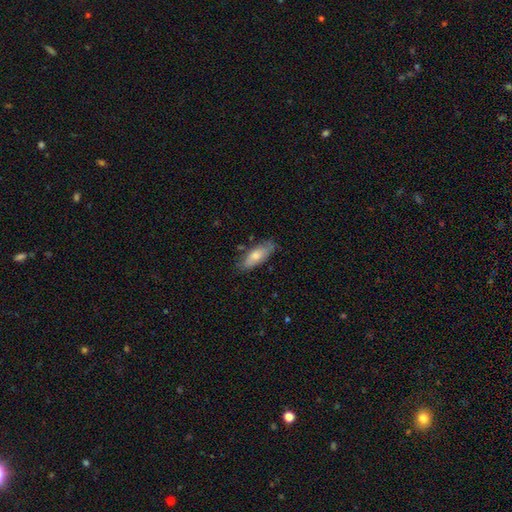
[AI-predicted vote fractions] Smooth or featured? smooth (72%)
How rounded? in between (75%)
Merging? none (73%)